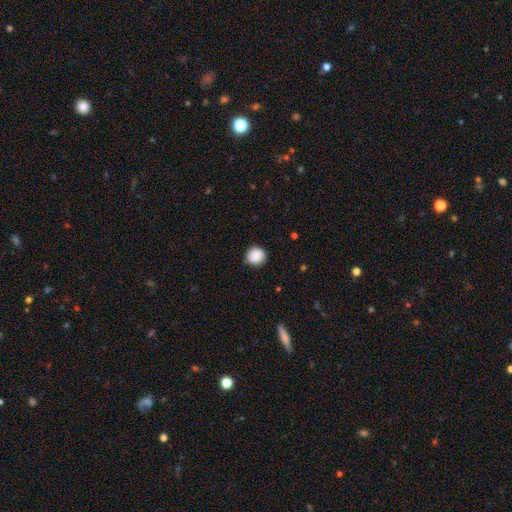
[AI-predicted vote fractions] A smooth galaxy with no disk features (89%) that is round (90%).

Vote fractions:
- Smooth or featured? smooth: 89% / star or artifact: 8% / featured or disk: 3%
- How rounded? round: 90% / in between: 9% / cigar-shaped: 1%
- Merging? none: 86% / minor disturbance: 10% / major disturbance: 2% / merger: 1%